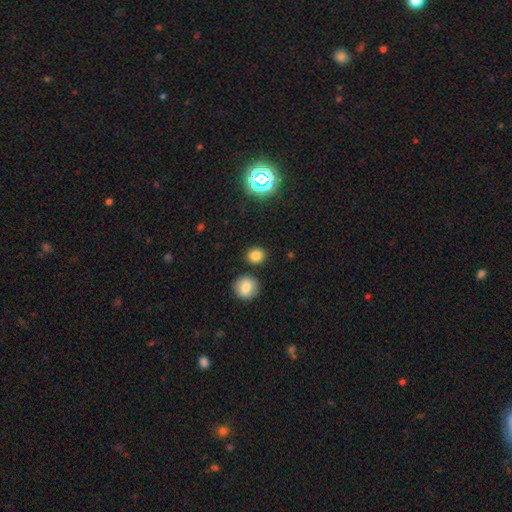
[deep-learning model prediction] Smooth or featured? smooth (80%)
How rounded? round (75%)
Merging? none (83%)